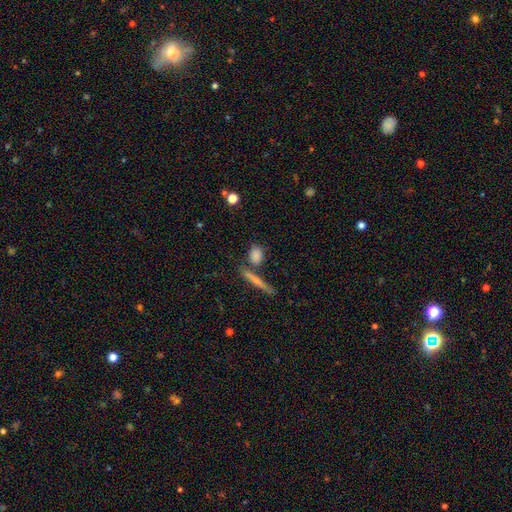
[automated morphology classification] This appears to be a smooth galaxy with no disk features (75%) that is round (39%). Merging: none (68%).